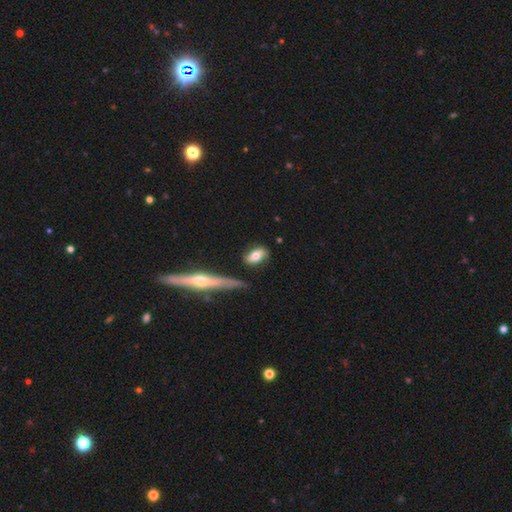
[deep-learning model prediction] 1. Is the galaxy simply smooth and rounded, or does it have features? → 67% smooth, 26% featured or disk, 7% star or artifact.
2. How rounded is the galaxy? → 82% in between, 9% round, 9% cigar-shaped.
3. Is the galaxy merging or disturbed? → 76% none, 16% minor disturbance, 4% merger, 4% major disturbance.